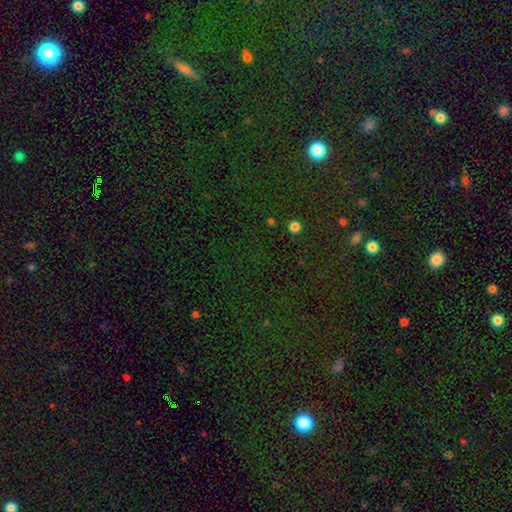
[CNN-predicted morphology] smooth-or-featured: star or artifact: 70% | smooth: 21% | featured or disk: 9%